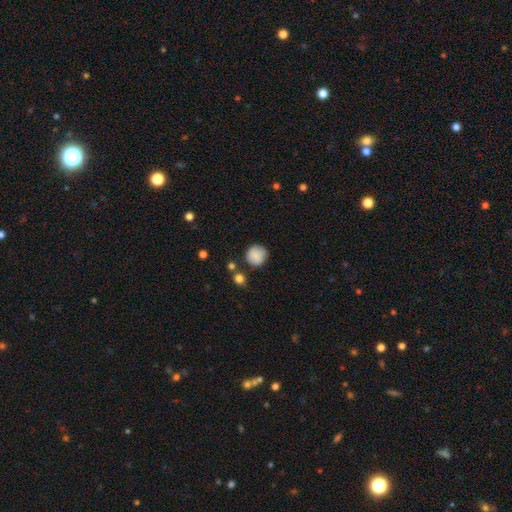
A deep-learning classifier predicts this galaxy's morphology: The model was most divided on "merging": none: 77%, minor disturbance: 14%, merger: 5%, major disturbance: 4%. More confident: how rounded — round (91%); smooth or featured — smooth (86%).